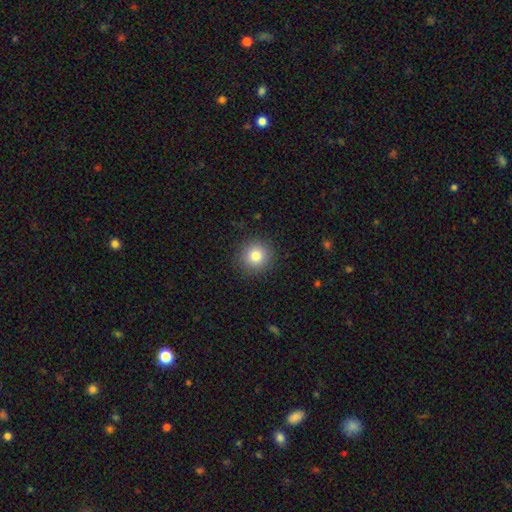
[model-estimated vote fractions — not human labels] This is clearly a smooth galaxy (81%). How rounded: clearly round (94%). Merging: clearly none (91%).